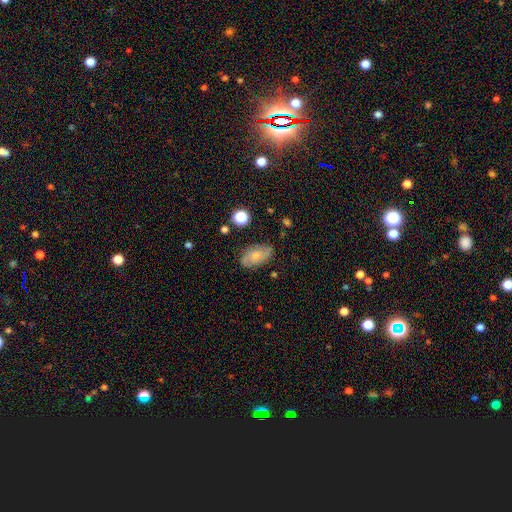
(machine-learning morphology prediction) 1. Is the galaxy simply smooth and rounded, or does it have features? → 46% featured or disk, 45% smooth, 9% star or artifact.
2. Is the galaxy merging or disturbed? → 76% none, 17% minor disturbance, 4% major disturbance, 2% merger.